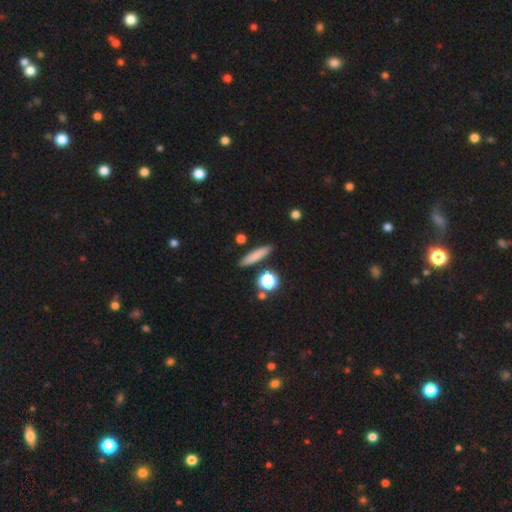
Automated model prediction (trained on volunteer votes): smooth-or-featured: smooth: 77% | featured or disk: 14% | star or artifact: 9%
  how-rounded: cigar-shaped: 83% | in between: 12% | round: 5%
  merging: none: 87% | minor disturbance: 8% | merger: 3% | major disturbance: 2%